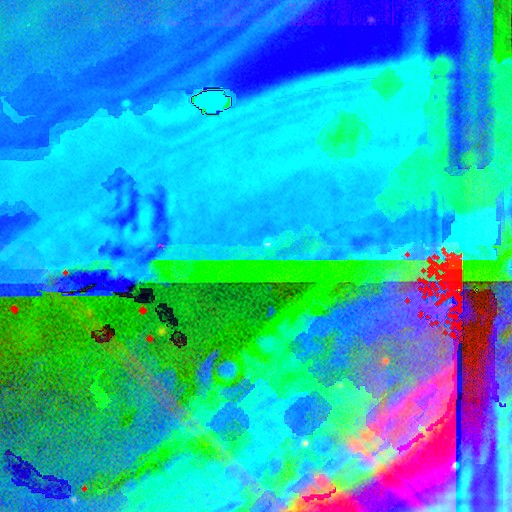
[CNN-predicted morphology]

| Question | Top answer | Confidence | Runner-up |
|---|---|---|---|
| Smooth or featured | star or artifact | 87% | featured or disk (8%) |